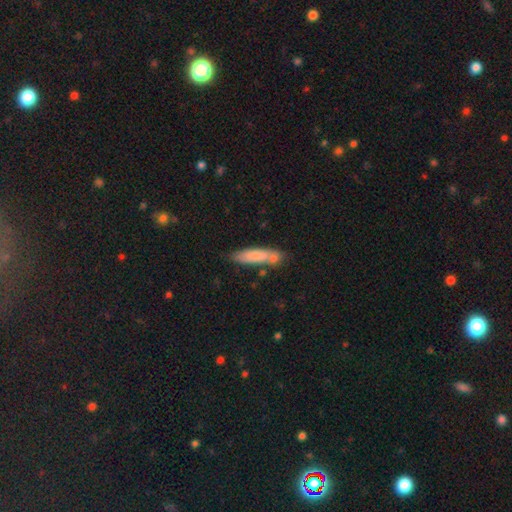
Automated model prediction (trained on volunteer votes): Smooth or featured? Predicted: smooth (p=0.76). How rounded? Predicted: cigar-shaped (p=0.73). Merging? Predicted: none (p=0.63).